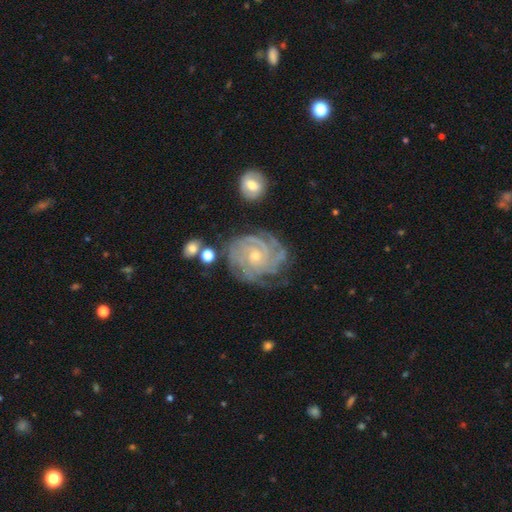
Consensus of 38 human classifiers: Morphology: type=featured or disk (95%); edge-on=no (100%); bar=no (61%); spiral arms=yes (100%); winding=tight (72%); arm count=3 (44%); bulge=small (64%); merging=none (68%).